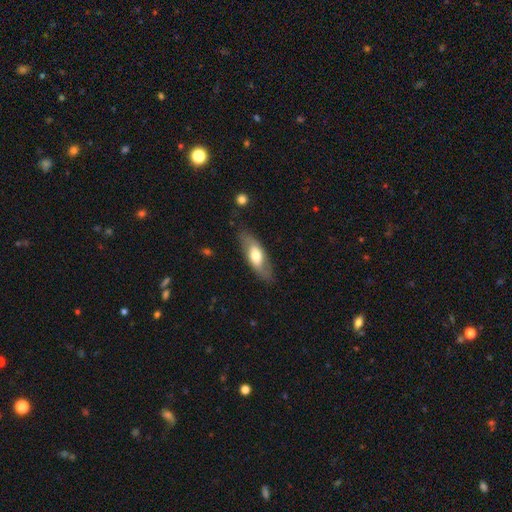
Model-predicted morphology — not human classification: smooth 56%, featured or disk 38%, star or artifact 6%. Down the decision tree: how rounded — in between (71%); merging — none (79%).